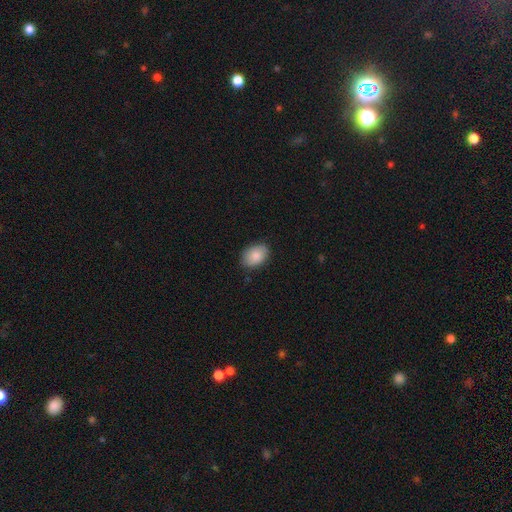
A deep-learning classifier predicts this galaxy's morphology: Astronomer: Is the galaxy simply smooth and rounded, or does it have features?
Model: smooth — 86%.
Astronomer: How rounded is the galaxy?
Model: in between — 83%.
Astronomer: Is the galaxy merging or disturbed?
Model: none — 84%.